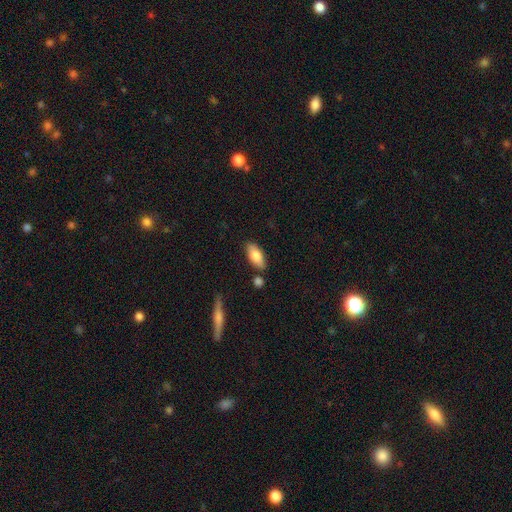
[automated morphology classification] Overall: smooth (78%). How rounded: in between (86%). Merging: none (80%).